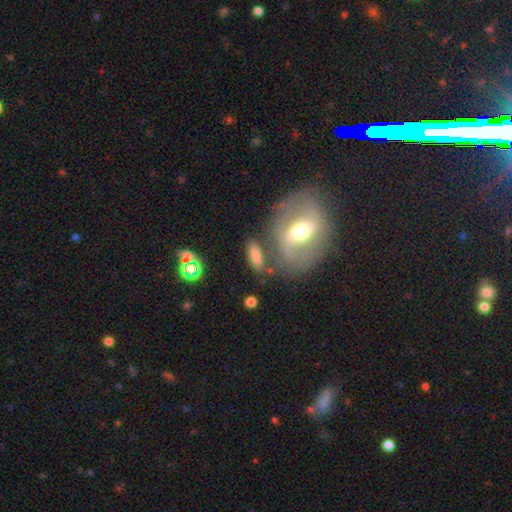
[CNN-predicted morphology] smooth_or_featured: smooth (p=0.70) [alt: featured or disk p=0.20]
how_rounded: in between (p=0.67) [alt: cigar-shaped p=0.25]
merging: none (p=0.67) [alt: minor disturbance p=0.15]